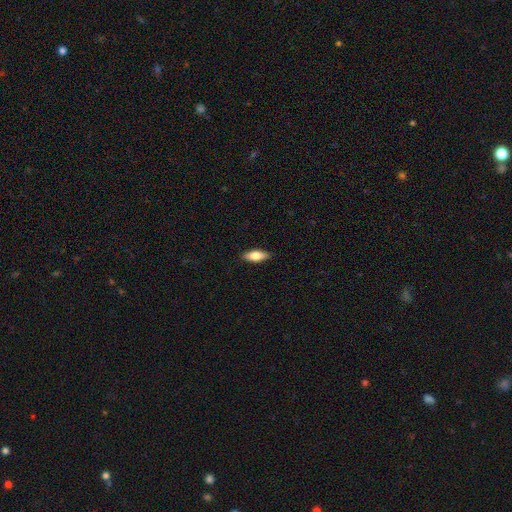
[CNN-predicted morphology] This is likely a smooth galaxy (74%). How rounded: likely in between (69%). Merging: clearly none (89%).